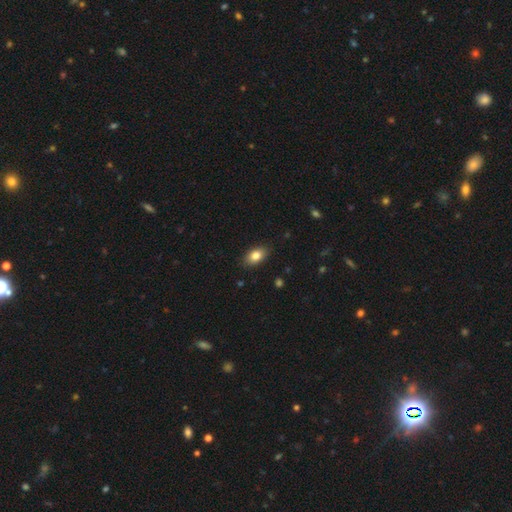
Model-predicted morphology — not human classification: Overall: smooth (83%). How rounded: in between (87%). Merging: none (87%).